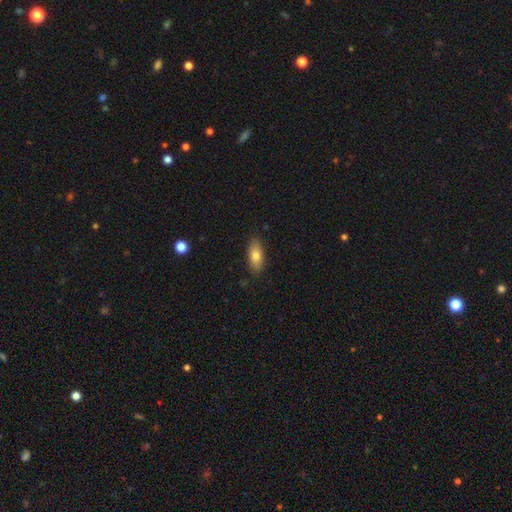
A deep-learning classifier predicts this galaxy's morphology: Smooth or featured?
  - smooth: 78% *
  - featured or disk: 16%
  - star or artifact: 7%
How rounded?
  - in between: 81% *
  - cigar-shaped: 16%
  - round: 3%
Merging?
  - none: 87% *
  - minor disturbance: 10%
  - major disturbance: 2%
  - merger: 1%